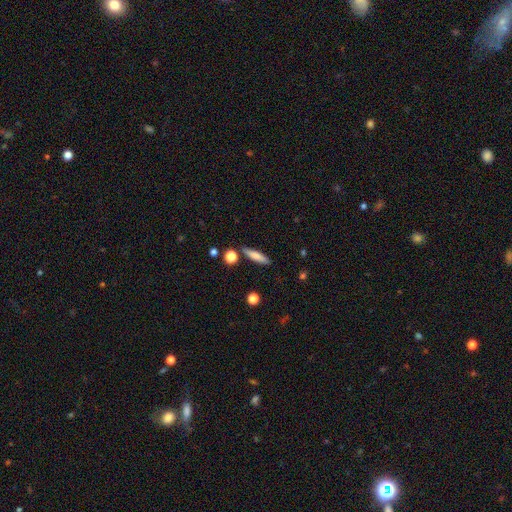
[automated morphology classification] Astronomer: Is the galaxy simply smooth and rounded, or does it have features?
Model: smooth — 74%.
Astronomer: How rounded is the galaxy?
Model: cigar-shaped — 78%.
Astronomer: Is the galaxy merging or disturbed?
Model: none — 83%.